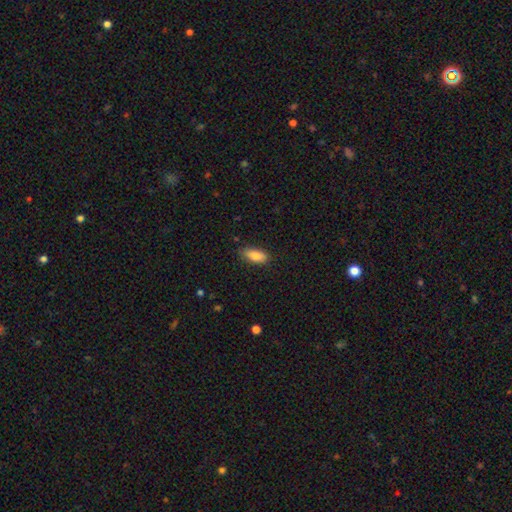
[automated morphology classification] type=smooth (84%); roundness=in between (85%); merging=none (80%).